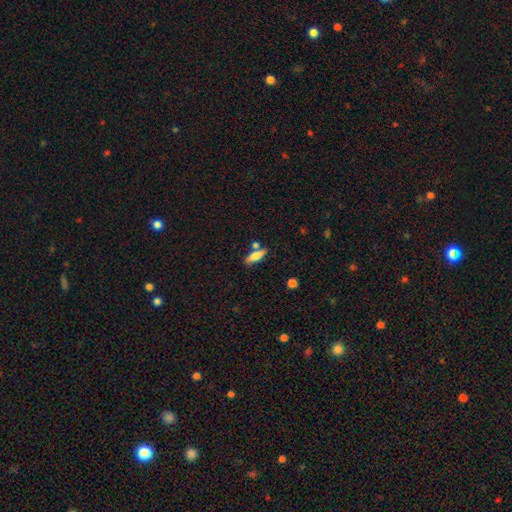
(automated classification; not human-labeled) The model was most divided on "how rounded": in between: 53%, cigar-shaped: 44%, round: 3%. More confident: smooth or featured — smooth (72%); merging — none (68%).